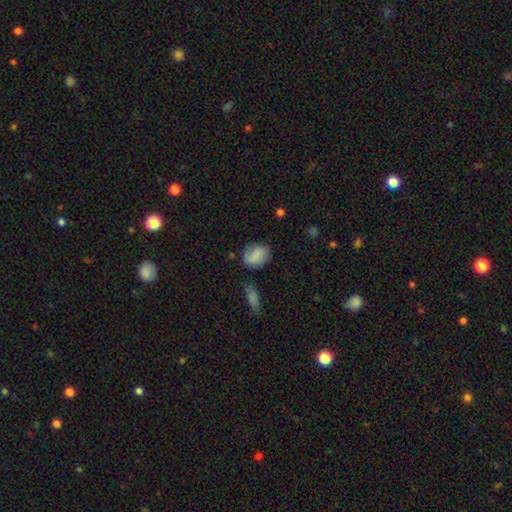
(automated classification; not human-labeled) The model was most divided on "how rounded": in between: 69%, round: 29%, cigar-shaped: 2%. More confident: smooth or featured — smooth (80%); merging — none (69%).